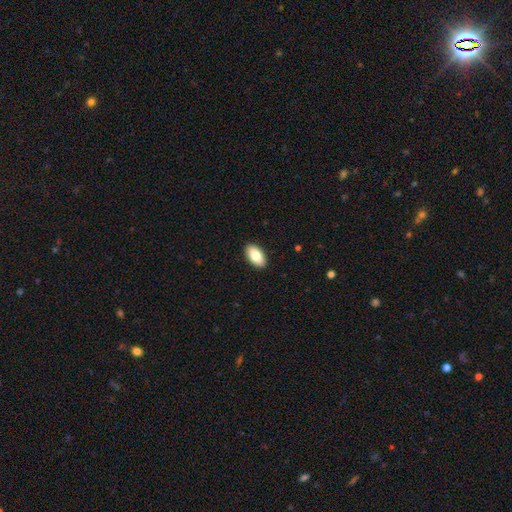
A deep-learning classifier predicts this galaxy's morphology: Smooth or featured?
  - smooth: 82% *
  - featured or disk: 11%
  - star or artifact: 6%
How rounded?
  - in between: 94% *
  - cigar-shaped: 3%
  - round: 3%
Merging?
  - none: 91% *
  - minor disturbance: 7%
  - major disturbance: 2%
  - merger: 1%